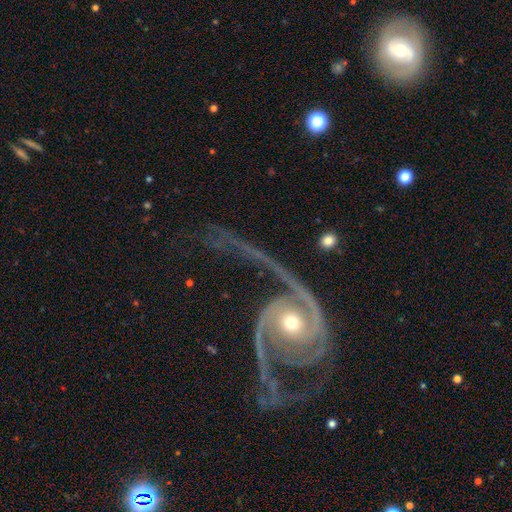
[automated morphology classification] This is clearly a featured or disk galaxy (91%). It is clearly not viewed edge-on (96%). Bar: possibly no (58%). Spiral arm pattern: clearly yes (97%). Spiral arm count: clearly 2 (80%). Spiral winding: possibly medium (48%). Central bulge: possibly moderate (59%). Merging: possibly none (47%).